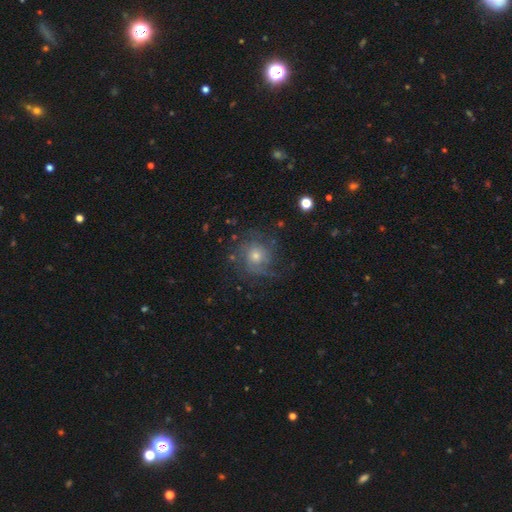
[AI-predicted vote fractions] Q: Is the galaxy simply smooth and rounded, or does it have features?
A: featured or disk — 64%.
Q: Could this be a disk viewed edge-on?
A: no — 97%.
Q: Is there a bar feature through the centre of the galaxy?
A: no — 80%.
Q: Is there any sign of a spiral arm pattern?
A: yes — 88%.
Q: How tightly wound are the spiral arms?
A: tight — 46%.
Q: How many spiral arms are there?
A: can't tell — 37%.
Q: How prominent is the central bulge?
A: moderate — 55%.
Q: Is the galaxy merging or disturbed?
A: none — 70%.